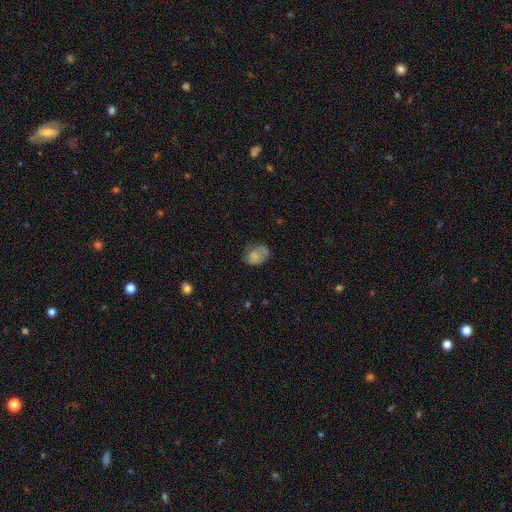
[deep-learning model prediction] Smooth or featured? smooth (72%)
How rounded? in between (53%)
Merging? none (42%)